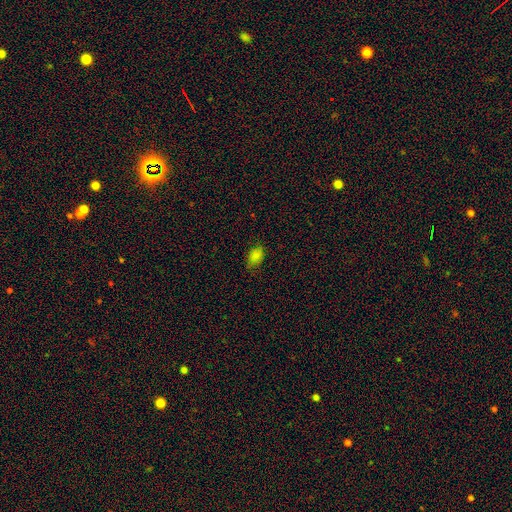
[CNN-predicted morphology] smooth-or-featured: smooth: 82% | star or artifact: 11% | featured or disk: 7%
  how-rounded: in between: 85% | round: 13% | cigar-shaped: 2%
  merging: none: 75% | minor disturbance: 20% | major disturbance: 4% | merger: 1%